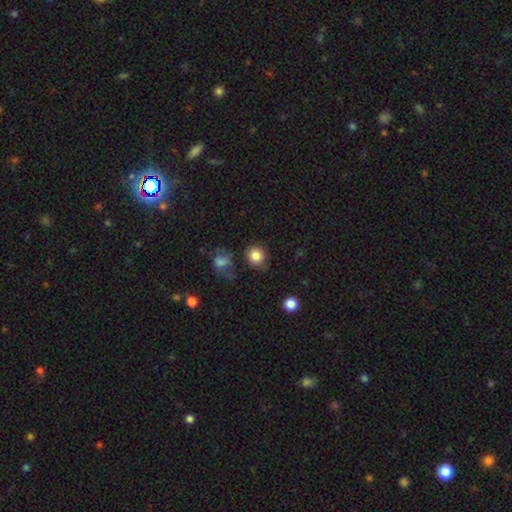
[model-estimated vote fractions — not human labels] Smooth or featured? smooth (85%)
How rounded? round (87%)
Merging? none (79%)